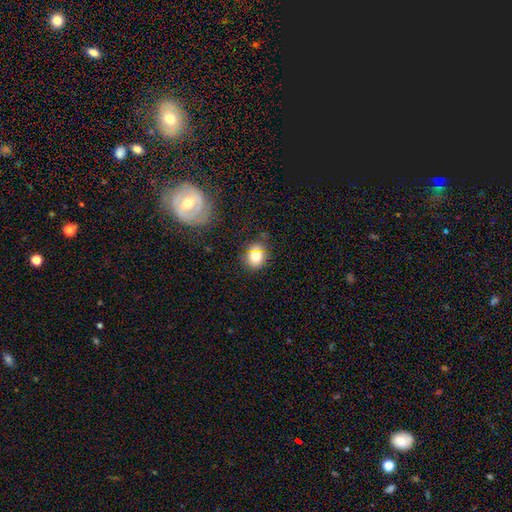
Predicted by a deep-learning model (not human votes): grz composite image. It shows a smooth galaxy with no disk features (74%) that is round (76%). Merging: none (80%).